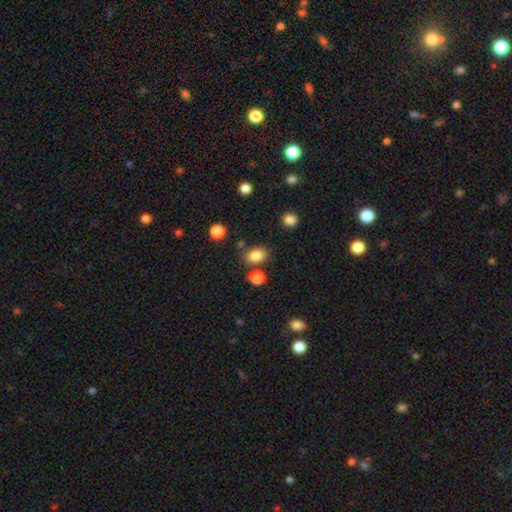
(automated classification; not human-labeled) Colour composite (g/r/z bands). It shows a smooth galaxy with no disk features (84%) that is in between round and cigar-shaped (63%). Merging: none (74%).